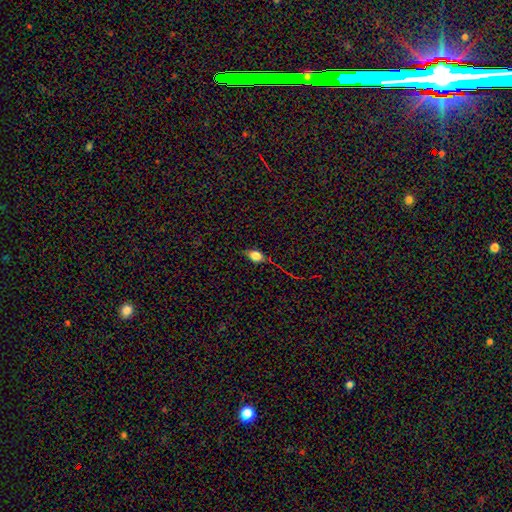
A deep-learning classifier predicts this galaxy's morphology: This appears to be a smooth galaxy with no disk features (66%) that is in between round and cigar-shaped (67%). Merging: none (71%).